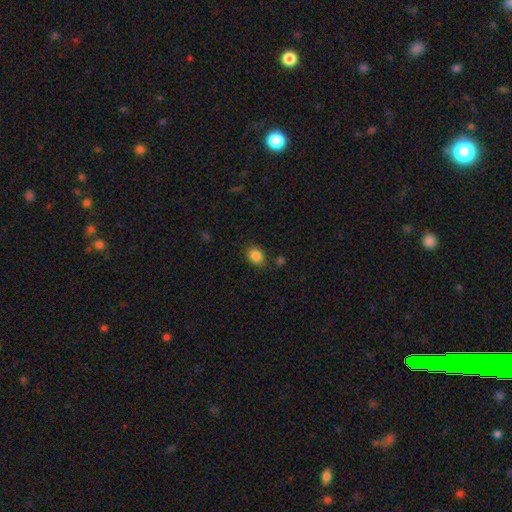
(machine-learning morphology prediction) Overall: smooth (86%). How rounded: in between (50%; round 49%). Merging: none (83%).